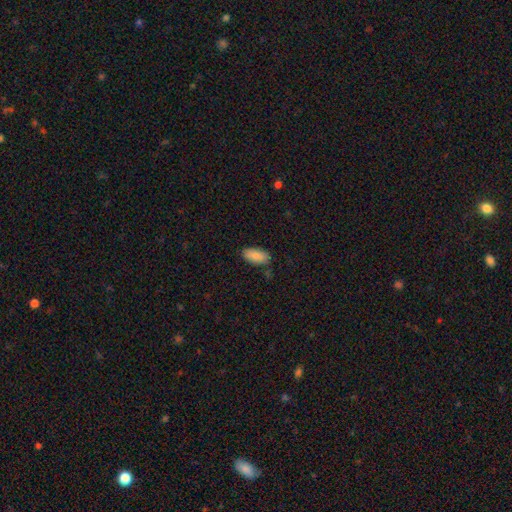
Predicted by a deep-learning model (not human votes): smooth 87%, star or artifact 7%, featured or disk 6%. Down the decision tree: how rounded — in between (92%); merging — none (82%).